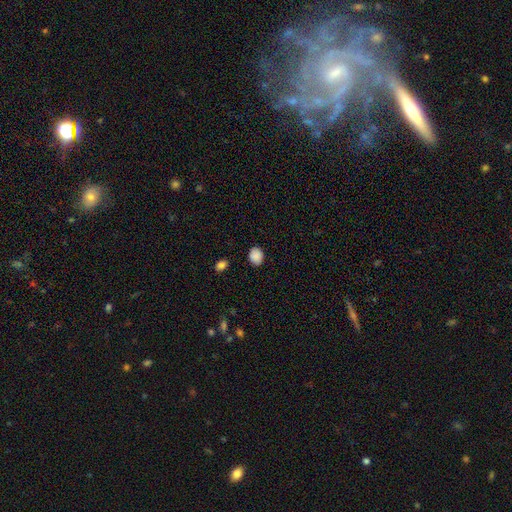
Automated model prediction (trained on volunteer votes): The model was most divided on "how rounded": round: 58%, in between: 42%, cigar-shaped: 1%. More confident: smooth or featured — smooth (88%); merging — none (85%).